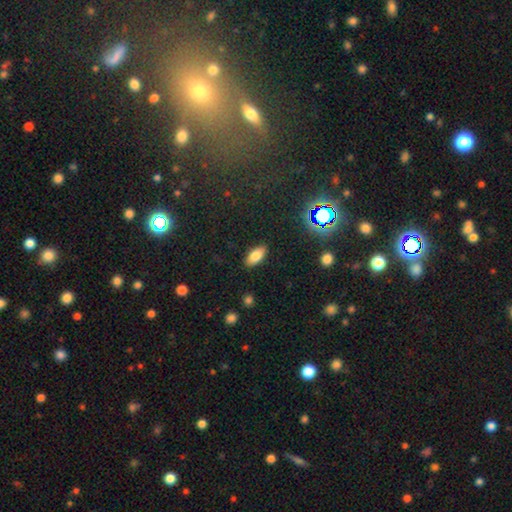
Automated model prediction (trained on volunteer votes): Smooth or featured?
  - smooth: 79% *
  - star or artifact: 10%
  - featured or disk: 10%
How rounded?
  - in between: 88% *
  - cigar-shaped: 9%
  - round: 3%
Merging?
  - none: 88% *
  - minor disturbance: 9%
  - major disturbance: 2%
  - merger: 1%